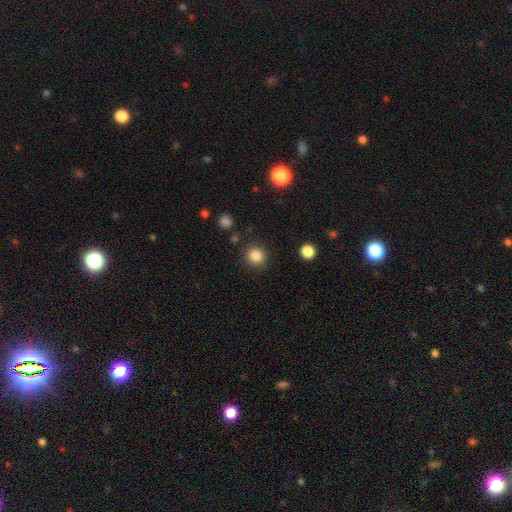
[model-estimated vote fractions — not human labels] A smooth galaxy with no disk features (84%) that is round (91%).

Vote fractions:
- Smooth or featured? smooth: 84% / star or artifact: 11% / featured or disk: 5%
- How rounded? round: 91% / in between: 8% / cigar-shaped: 1%
- Merging? none: 89% / minor disturbance: 7% / major disturbance: 2% / merger: 2%